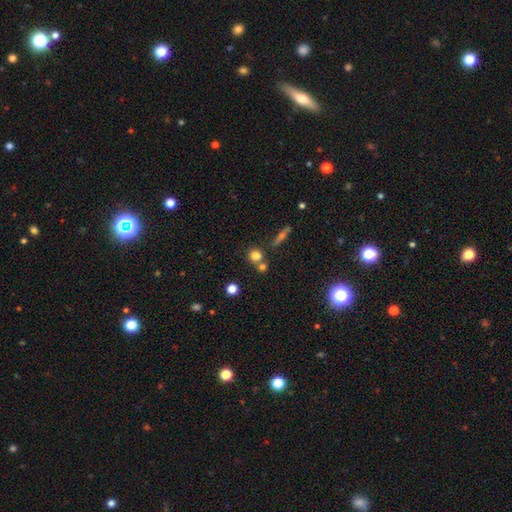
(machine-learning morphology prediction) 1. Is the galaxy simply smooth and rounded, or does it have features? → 75% smooth, 14% star or artifact, 11% featured or disk.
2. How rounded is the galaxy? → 80% round, 17% in between, 3% cigar-shaped.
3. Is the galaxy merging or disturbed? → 55% none, 33% merger, 9% minor disturbance, 4% major disturbance.